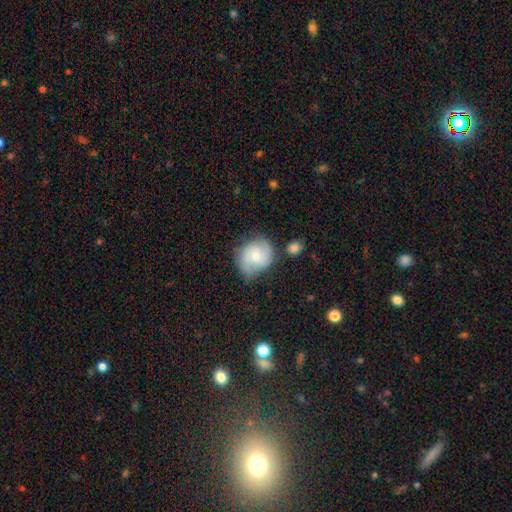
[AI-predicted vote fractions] Smooth or featured?
  - featured or disk: 48% *
  - smooth: 45%
  - star or artifact: 7%
Merging?
  - none: 59% *
  - minor disturbance: 26%
  - major disturbance: 8%
  - merger: 7%